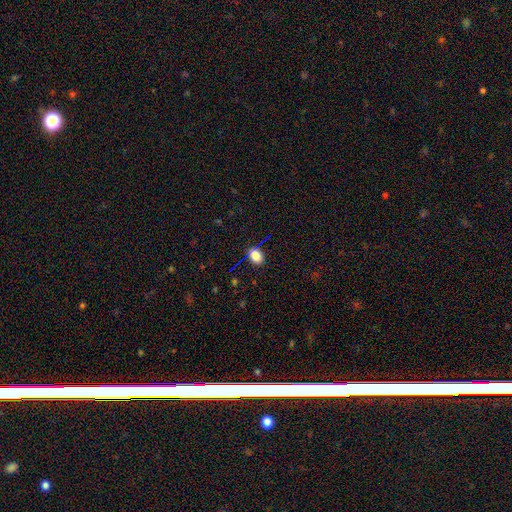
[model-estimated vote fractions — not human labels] Smooth or featured? smooth (79%)
How rounded? in between (66%)
Merging? none (78%)